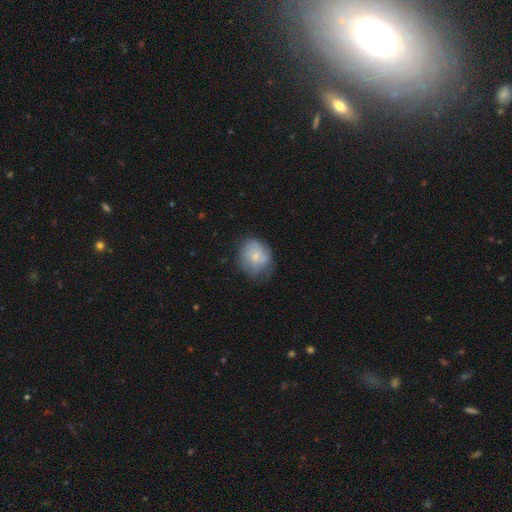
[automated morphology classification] Smooth or featured? smooth (60%)
How rounded? round (61%)
Merging? none (60%)